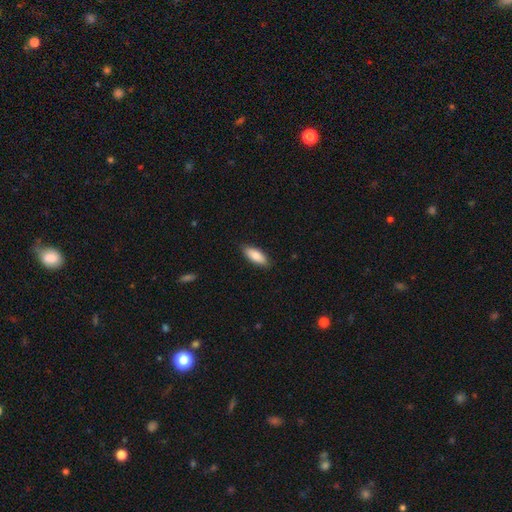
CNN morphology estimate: Smooth or featured? Predicted: smooth (p=0.83). How rounded? Predicted: in between (p=0.79). Merging? Predicted: none (p=0.87).